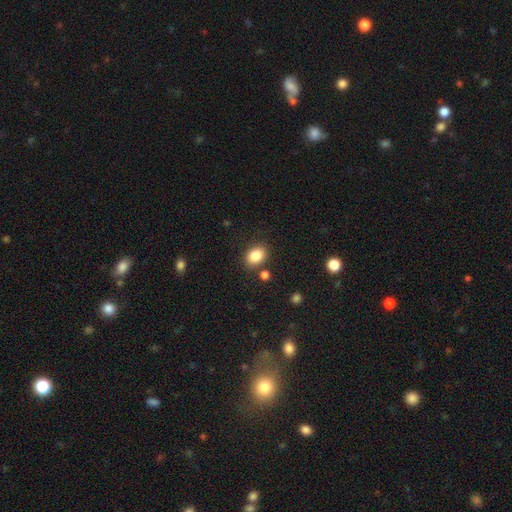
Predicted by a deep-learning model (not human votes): Smooth or featured?
  - smooth: 85% *
  - star or artifact: 9%
  - featured or disk: 6%
How rounded?
  - in between: 66% *
  - round: 33%
  - cigar-shaped: 1%
Merging?
  - none: 81% *
  - minor disturbance: 11%
  - merger: 6%
  - major disturbance: 3%